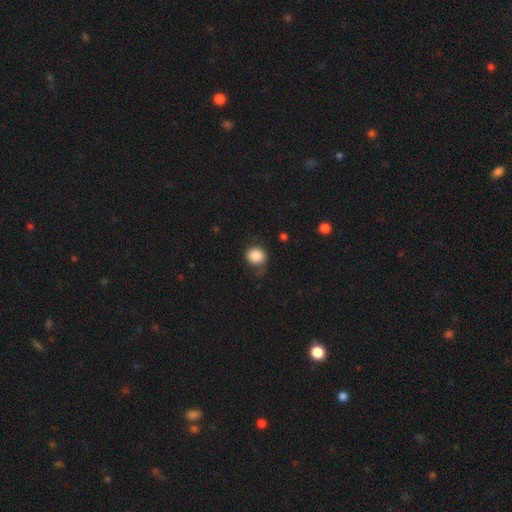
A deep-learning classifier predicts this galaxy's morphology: Smooth or featured?
  - smooth: 84% *
  - star or artifact: 9%
  - featured or disk: 7%
How rounded?
  - round: 74% *
  - in between: 25%
  - cigar-shaped: 1%
Merging?
  - none: 62% *
  - minor disturbance: 25%
  - major disturbance: 11%
  - merger: 2%